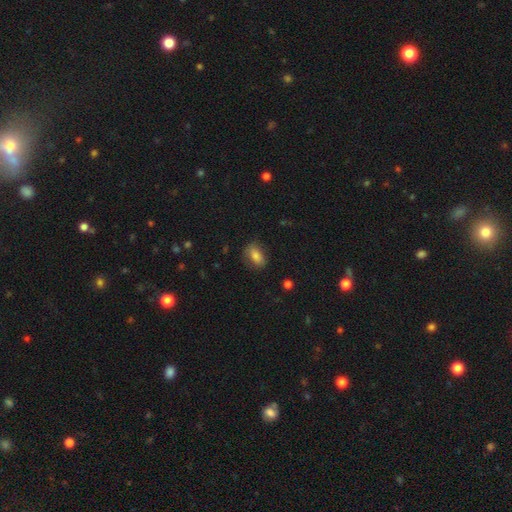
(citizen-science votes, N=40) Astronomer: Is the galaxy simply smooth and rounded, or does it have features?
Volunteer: smooth — 60%.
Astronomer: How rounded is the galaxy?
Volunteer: in between — 83%.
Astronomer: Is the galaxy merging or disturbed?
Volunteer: none — 83%.